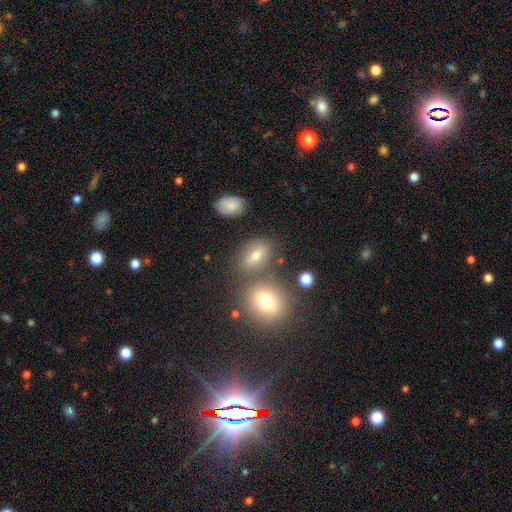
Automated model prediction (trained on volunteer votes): Q: Smooth or featured?
A: smooth (66%); runner-up: featured or disk (19%)
Q: How rounded?
A: in between (75%); runner-up: round (19%)
Q: Merging?
A: none (66%); runner-up: merger (16%)